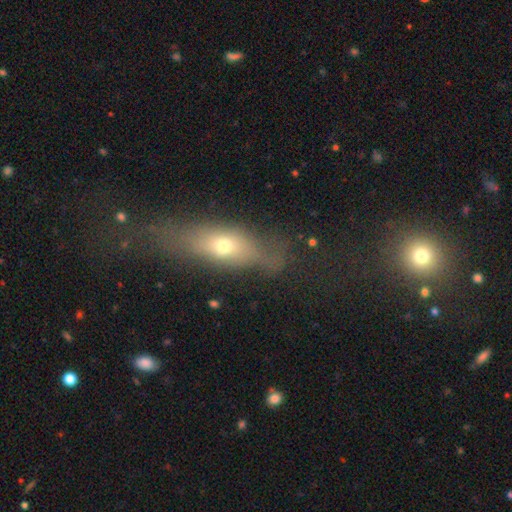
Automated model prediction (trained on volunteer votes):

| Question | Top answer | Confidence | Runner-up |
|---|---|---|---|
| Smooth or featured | featured or disk | 45% | smooth (41%) |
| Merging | none | 58% | minor disturbance (23%) |